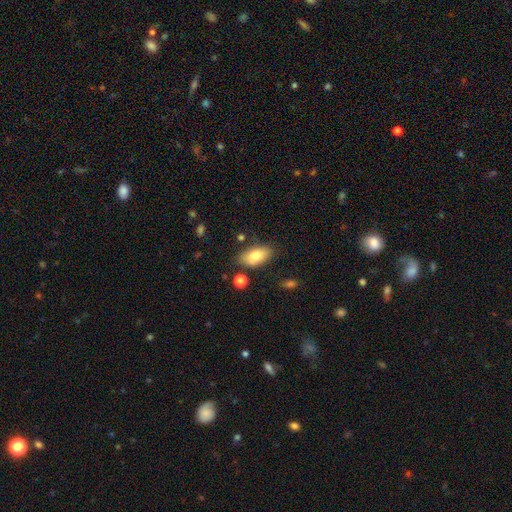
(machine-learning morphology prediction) Smooth or featured? Predicted: smooth (p=0.77). How rounded? Predicted: in between (p=0.92). Merging? Predicted: none (p=0.74).